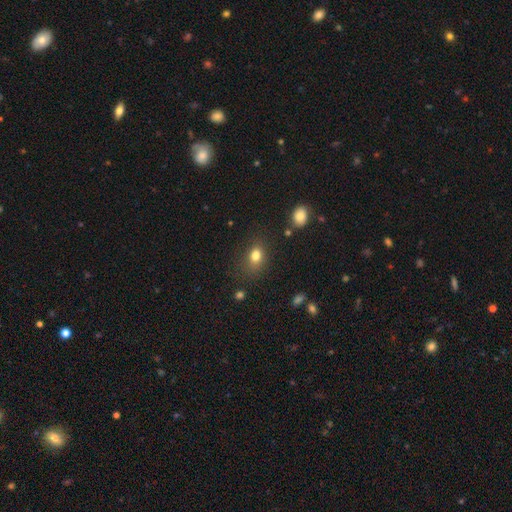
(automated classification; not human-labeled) This is likely a smooth galaxy (79%). How rounded: likely in between (64%). Merging: likely none (63%).